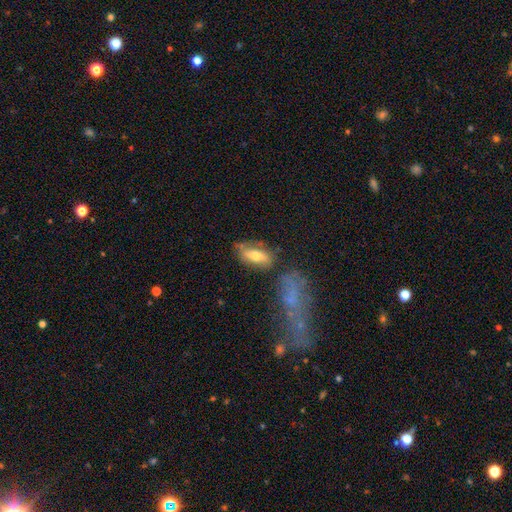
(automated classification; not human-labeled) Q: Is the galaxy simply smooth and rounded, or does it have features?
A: smooth — 55%.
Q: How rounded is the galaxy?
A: in between — 75%.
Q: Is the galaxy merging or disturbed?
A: none — 62%.